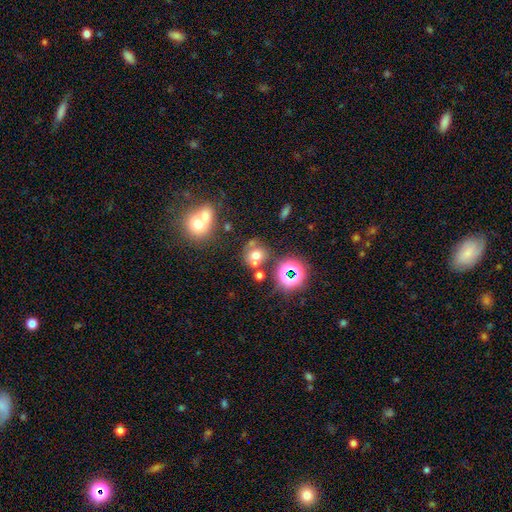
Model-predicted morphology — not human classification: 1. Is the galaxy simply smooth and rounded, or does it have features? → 59% smooth, 26% star or artifact, 16% featured or disk.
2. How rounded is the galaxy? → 77% round, 22% in between, 1% cigar-shaped.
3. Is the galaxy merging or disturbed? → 53% none, 28% merger, 13% minor disturbance, 7% major disturbance.